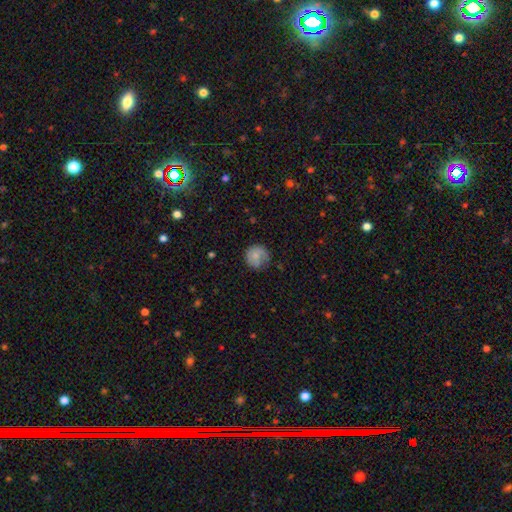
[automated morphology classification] This is likely a smooth galaxy (67%). How rounded: clearly round (87%). Merging: likely none (62%).